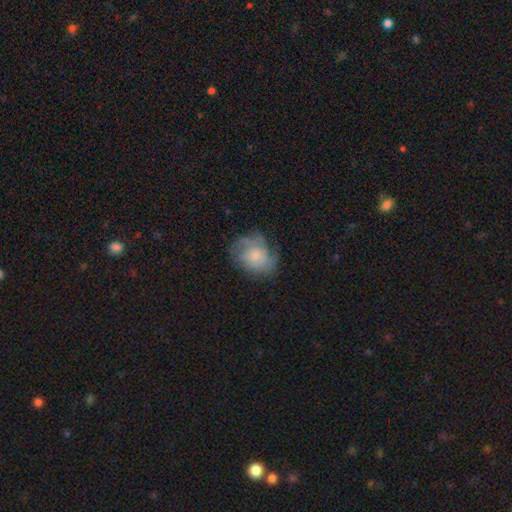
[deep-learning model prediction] A featured or disk galaxy (50%).

Vote fractions:
- Smooth or featured? featured or disk: 50% / smooth: 41% / star or artifact: 9%
- Merging? none: 57% / minor disturbance: 25% / major disturbance: 16% / merger: 2%